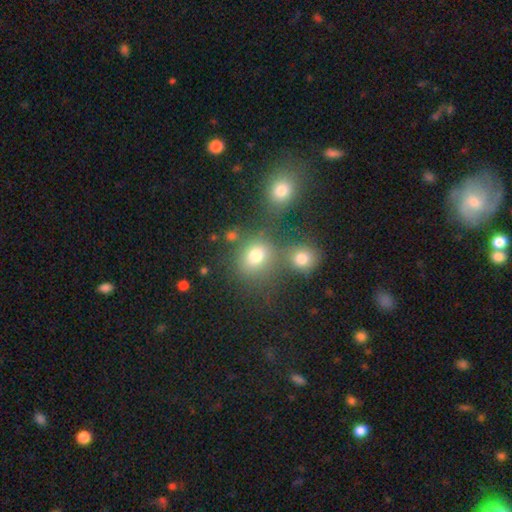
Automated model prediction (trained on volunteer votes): Overall: smooth (75%). How rounded: round (75%). Merging: none (54%; merger 30%).